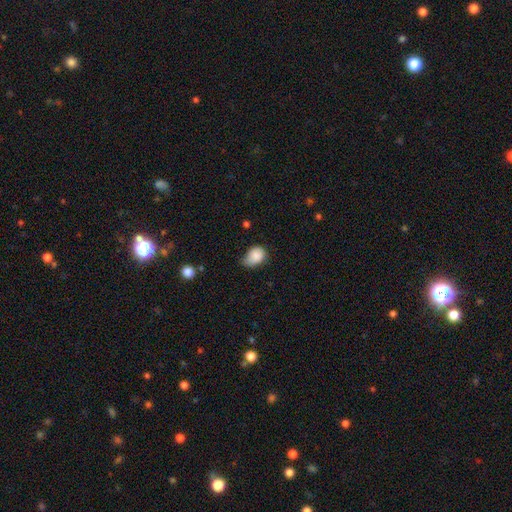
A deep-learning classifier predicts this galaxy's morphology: smooth_or_featured: smooth (p=0.86) [alt: star or artifact p=0.08]
how_rounded: in between (p=0.69) [alt: round p=0.30]
merging: minor disturbance (p=0.49) [alt: none p=0.37]